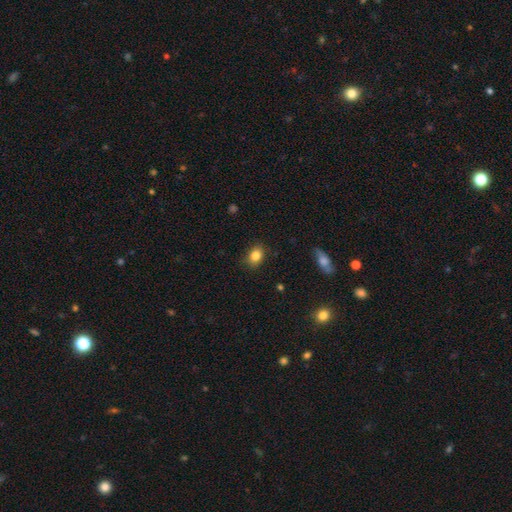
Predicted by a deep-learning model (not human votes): Smooth or featured? Predicted: smooth (p=0.84). How rounded? Predicted: in between (p=0.65). Merging? Predicted: none (p=0.85).